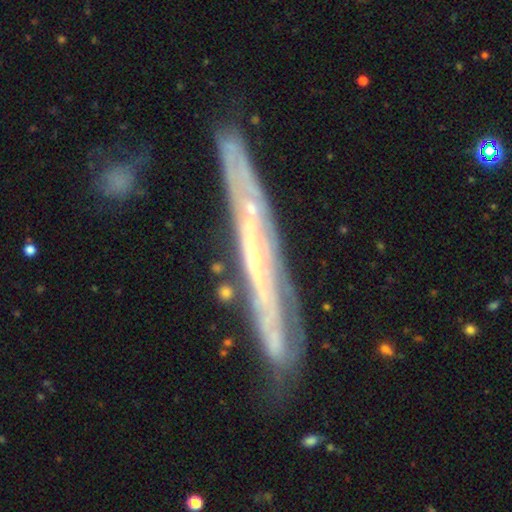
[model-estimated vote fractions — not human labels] smooth_or_featured: featured or disk (p=0.77) [alt: smooth p=0.15]
disk_edge_on: yes (p=0.75) [alt: no p=0.25]
edge_on_bulge: none (p=0.72) [alt: rounded p=0.23]
merging: none (p=0.79) [alt: minor disturbance p=0.15]